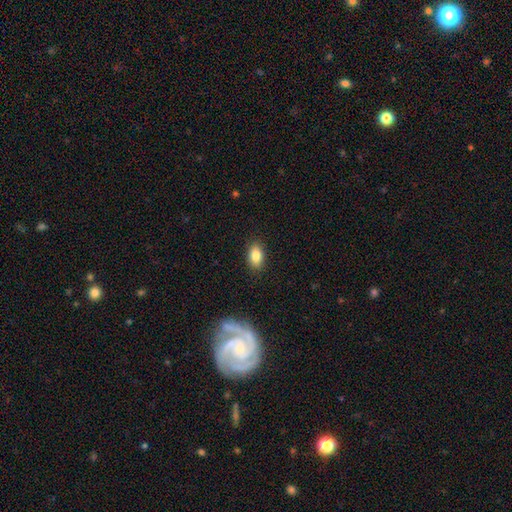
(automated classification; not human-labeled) Smooth or featured: smooth — 85% (star or artifact — 8%)
How rounded: in between — 90% (round — 7%)
Merging: none — 88% (minor disturbance — 9%)